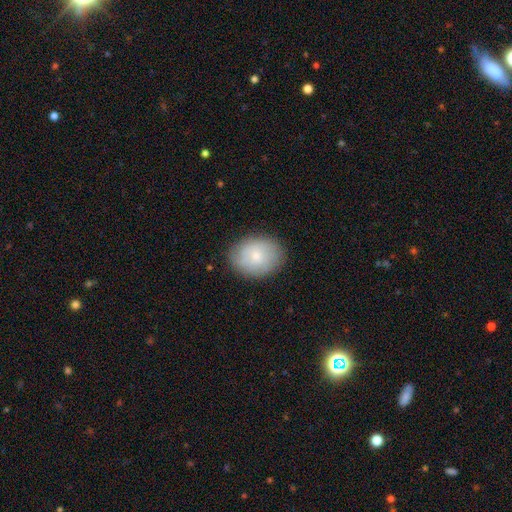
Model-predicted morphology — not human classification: Overall: smooth (68%). How rounded: in between (59%; round 40%). Merging: none (83%).